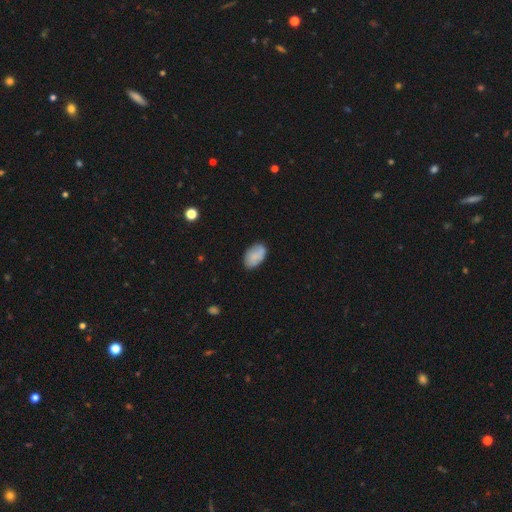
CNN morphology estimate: Q: Smooth or featured?
A: smooth (79%); runner-up: featured or disk (14%)
Q: How rounded?
A: in between (92%); runner-up: round (7%)
Q: Merging?
A: none (74%); runner-up: minor disturbance (20%)